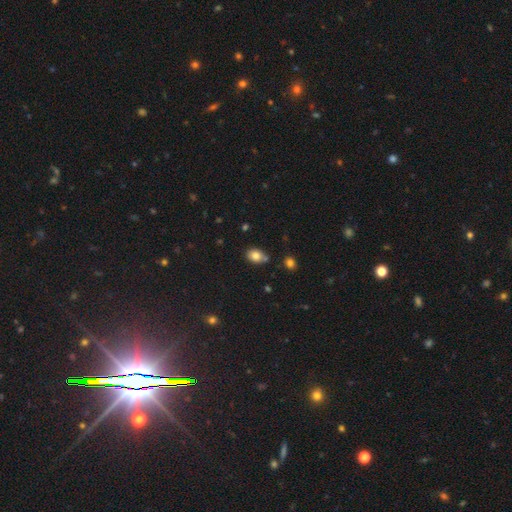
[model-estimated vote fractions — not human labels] smooth-or-featured: smooth: 81% | star or artifact: 10% | featured or disk: 8%
  how-rounded: in between: 70% | round: 29% | cigar-shaped: 1%
  merging: none: 66% | minor disturbance: 20% | merger: 10% | major disturbance: 4%